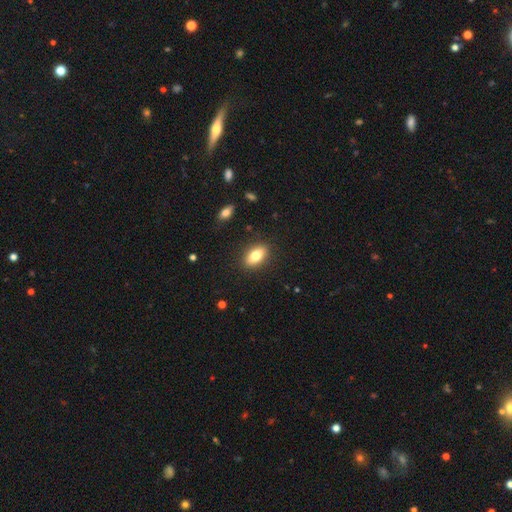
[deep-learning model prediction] This is likely a smooth galaxy (77%). How rounded: clearly in between (87%). Merging: clearly none (88%).